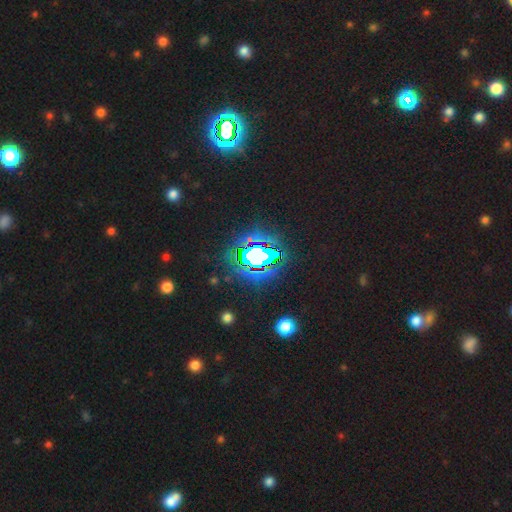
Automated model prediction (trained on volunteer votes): star or artifact 75%, smooth 14%, featured or disk 11%.